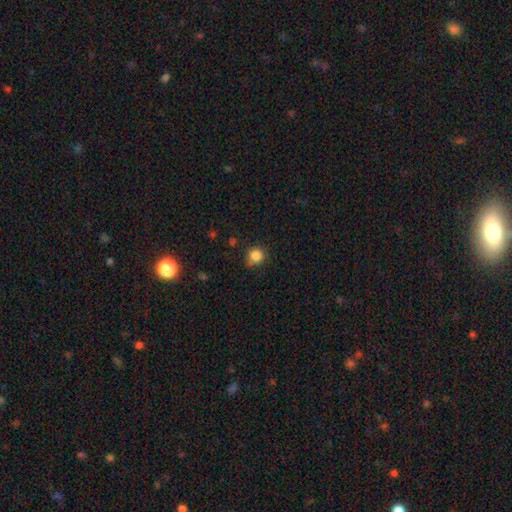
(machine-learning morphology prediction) Smooth or featured?
  - smooth: 84% *
  - star or artifact: 11%
  - featured or disk: 4%
How rounded?
  - round: 91% *
  - in between: 8%
  - cigar-shaped: 1%
Merging?
  - none: 78% *
  - minor disturbance: 15%
  - major disturbance: 3%
  - merger: 3%